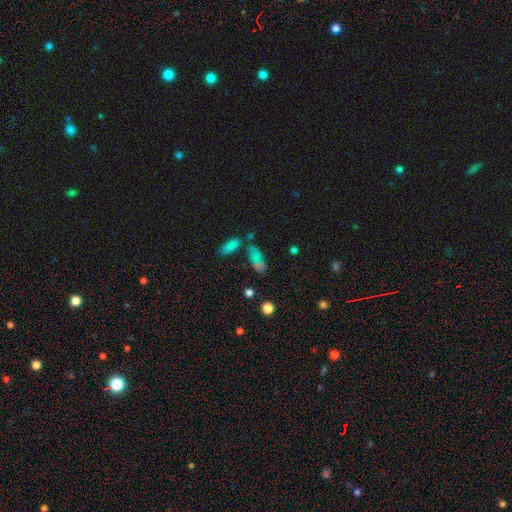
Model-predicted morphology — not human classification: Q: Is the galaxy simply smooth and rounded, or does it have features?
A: smooth — 71%.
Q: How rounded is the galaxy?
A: in between — 75%.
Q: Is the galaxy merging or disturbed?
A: none — 52%.